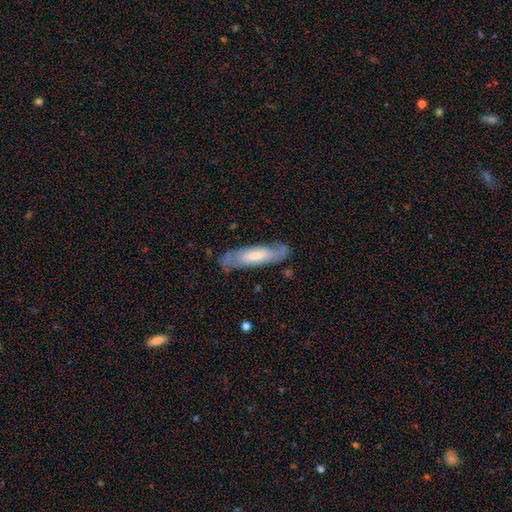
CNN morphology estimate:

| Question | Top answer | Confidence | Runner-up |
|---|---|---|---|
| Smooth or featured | featured or disk | 62% | smooth (32%) |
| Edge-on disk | no | 70% | yes (30%) |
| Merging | none | 76% | minor disturbance (17%) |